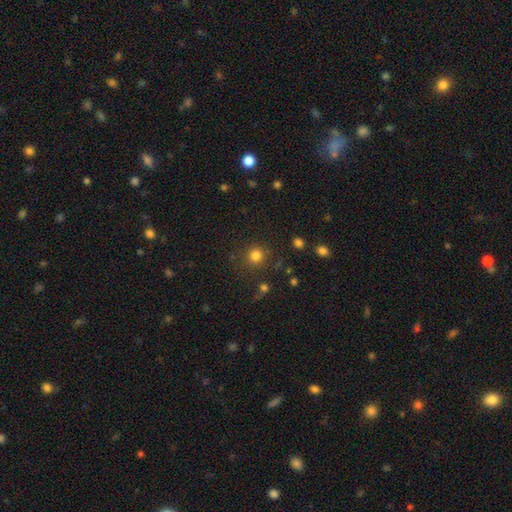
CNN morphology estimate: smooth_or_featured: smooth (p=0.80) [alt: star or artifact p=0.14]
how_rounded: round (p=0.91) [alt: in between p=0.08]
merging: none (p=0.83) [alt: minor disturbance p=0.08]